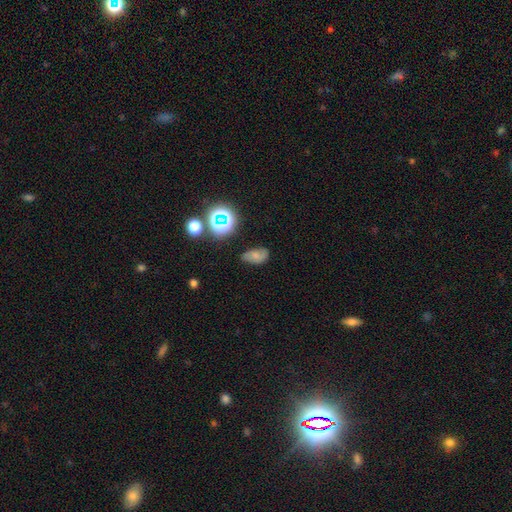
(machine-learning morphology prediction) smooth-or-featured: smooth: 59% | featured or disk: 22% | star or artifact: 18%
  how-rounded: in between: 87% | round: 11% | cigar-shaped: 2%
  merging: none: 64% | minor disturbance: 26% | major disturbance: 7% | merger: 3%